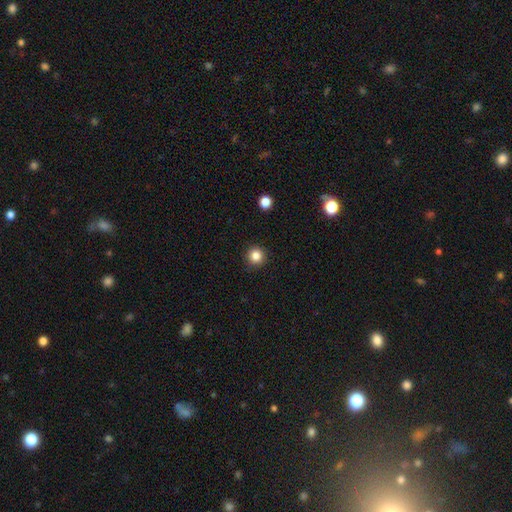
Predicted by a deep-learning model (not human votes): Smooth or featured? smooth (84%)
How rounded? round (95%)
Merging? none (91%)